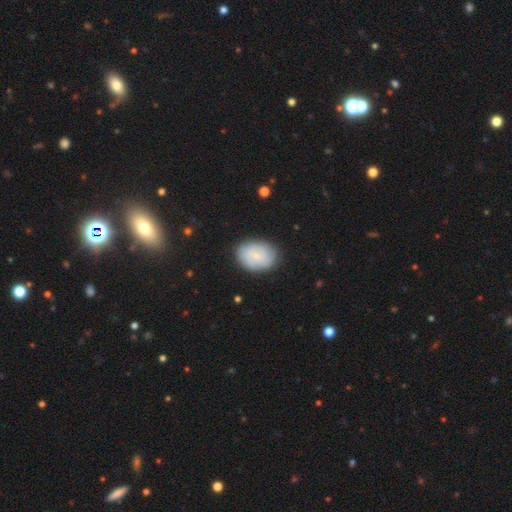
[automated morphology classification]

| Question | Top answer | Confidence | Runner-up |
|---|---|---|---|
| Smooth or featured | smooth | 59% | featured or disk (33%) |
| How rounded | in between | 74% | round (24%) |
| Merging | none | 83% | minor disturbance (13%) |